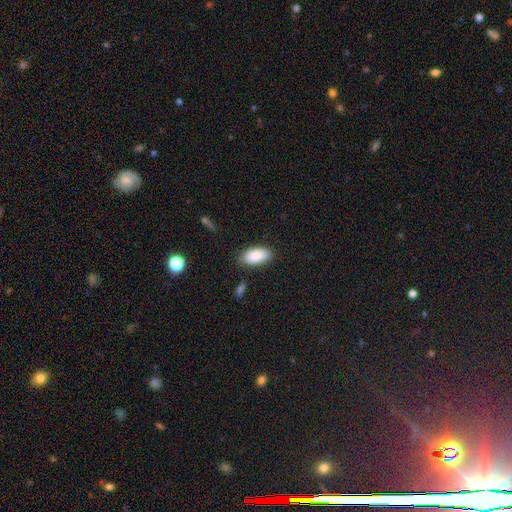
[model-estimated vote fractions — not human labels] The model was most divided on "merging": none: 82%, minor disturbance: 13%, major disturbance: 3%, merger: 2%. More confident: how rounded — in between (94%); smooth or featured — smooth (87%).